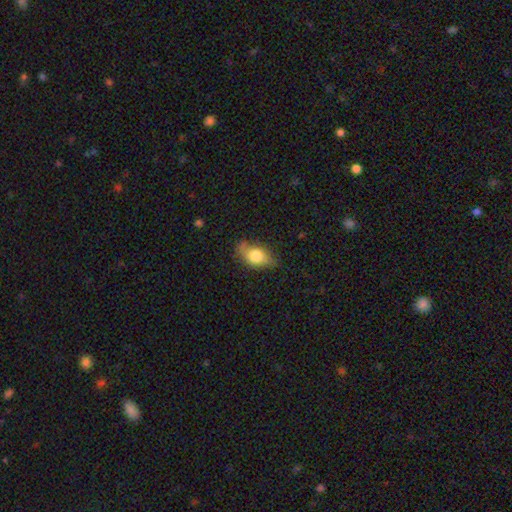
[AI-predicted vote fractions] smooth_or_featured: smooth (p=0.71) [alt: featured or disk p=0.22]
how_rounded: in between (p=0.84) [alt: round p=0.10]
merging: none (p=0.62) [alt: minor disturbance p=0.29]